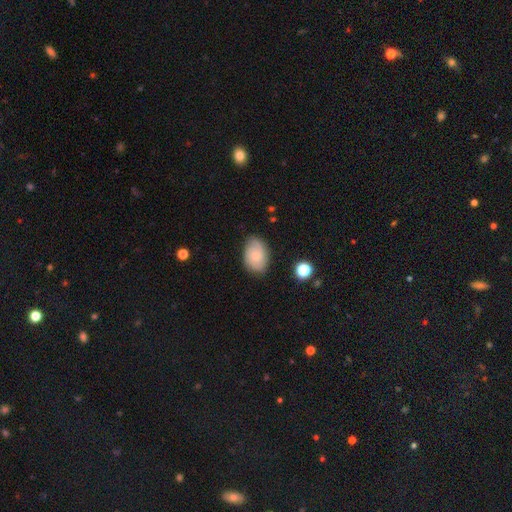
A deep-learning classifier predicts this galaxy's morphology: This is possibly a smooth galaxy (50%). Merging: likely none (74%).